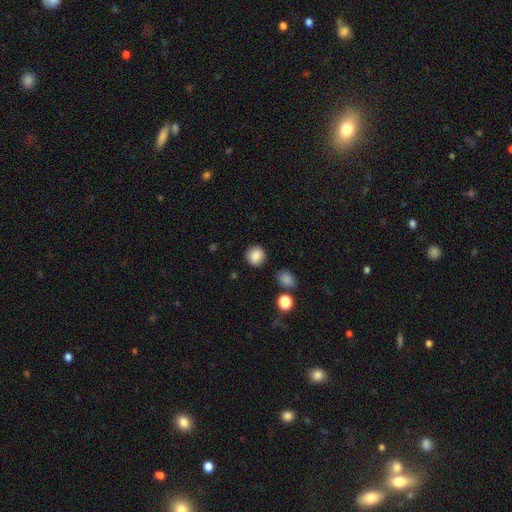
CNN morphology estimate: The model was most divided on "smooth or featured": smooth: 87%, star or artifact: 9%, featured or disk: 4%. More confident: how rounded — round (90%); merging — none (88%).